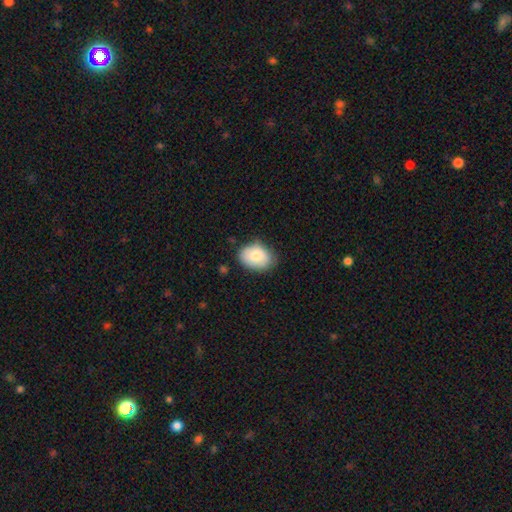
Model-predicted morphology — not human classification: This is clearly a smooth galaxy (81%). How rounded: likely in between (76%). Merging: likely none (74%).